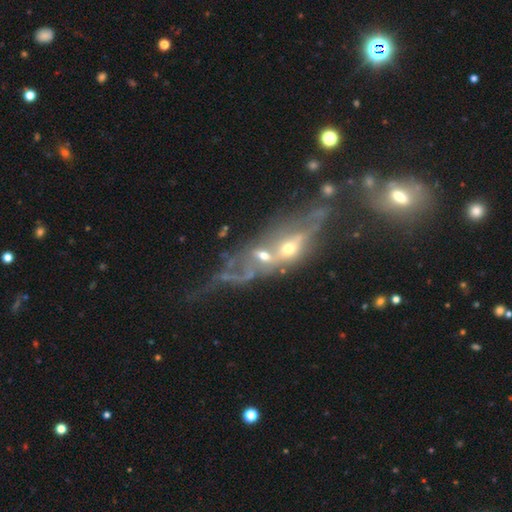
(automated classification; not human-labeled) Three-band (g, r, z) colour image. It shows a featured or disk galaxy (52%). Merging: none (37%).